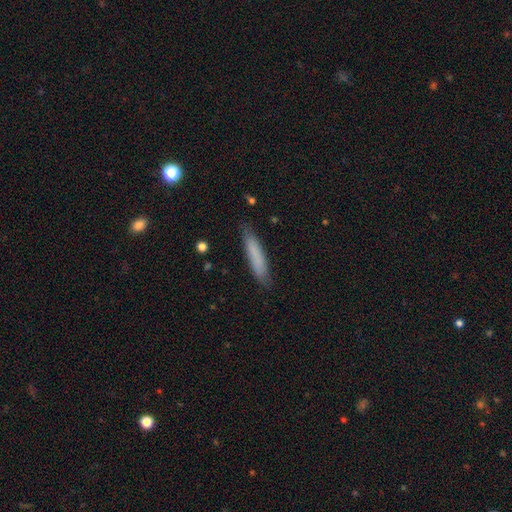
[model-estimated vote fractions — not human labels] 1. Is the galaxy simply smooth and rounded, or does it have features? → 78% smooth, 15% featured or disk, 7% star or artifact.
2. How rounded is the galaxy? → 88% cigar-shaped, 11% in between, 1% round.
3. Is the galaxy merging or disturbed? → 82% none, 14% minor disturbance, 3% major disturbance, 1% merger.